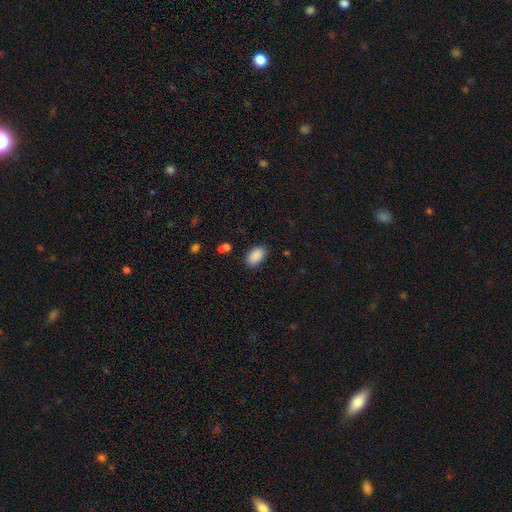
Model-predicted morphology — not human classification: type=smooth (89%); roundness=in between (92%); merging=none (85%).